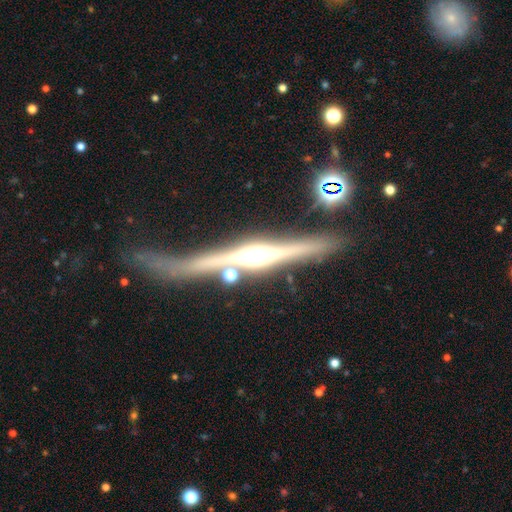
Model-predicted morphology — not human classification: The model was most divided on "merging": none: 76%, minor disturbance: 13%, merger: 6%, major disturbance: 4%. More confident: edge-on disk — yes (97%); edge-on bulge — rounded (88%); smooth or featured — featured or disk (82%).